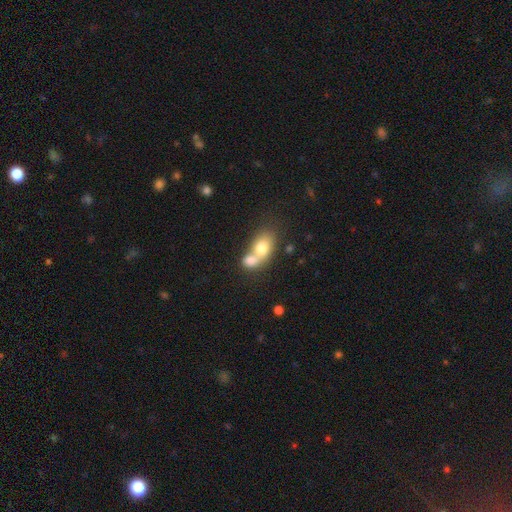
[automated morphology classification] This is likely a smooth galaxy (70%). How rounded: likely in between (64%). Merging: likely merger (71%).